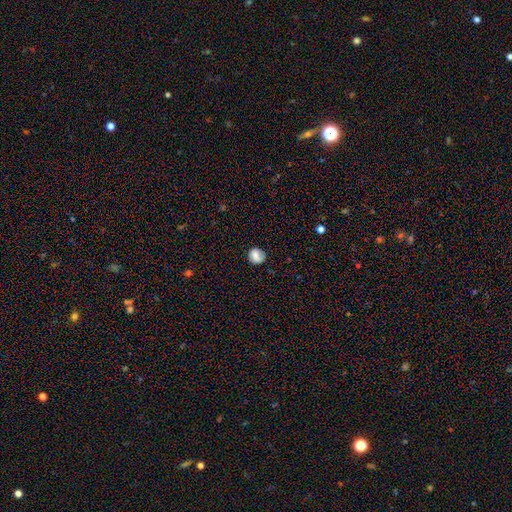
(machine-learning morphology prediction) smooth 73%, featured or disk 18%, star or artifact 9%. Down the decision tree: how rounded — round (84%); merging — none (75%).